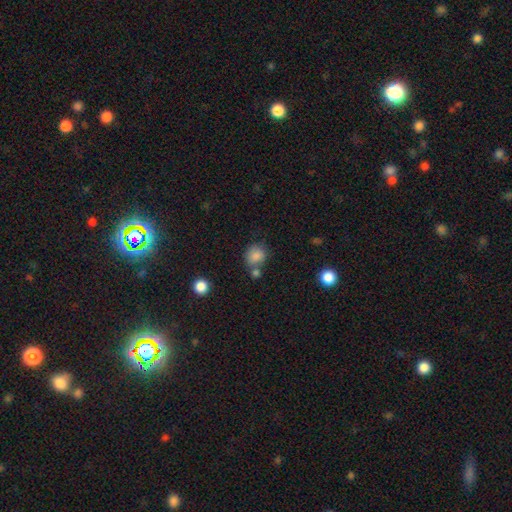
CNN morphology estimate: Smooth or featured: smooth — 83% (star or artifact — 11%)
How rounded: round — 69% (in between — 30%)
Merging: none — 56% (merger — 22%)